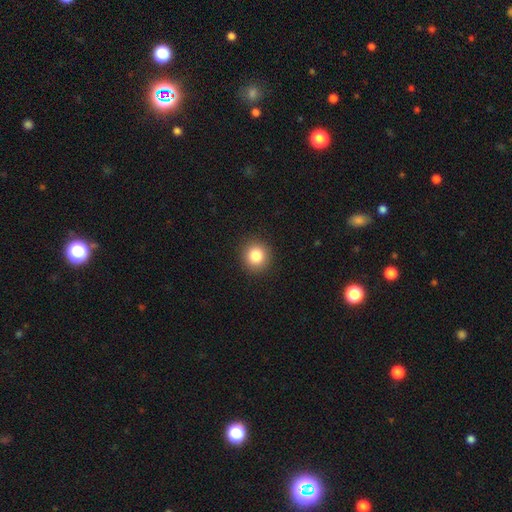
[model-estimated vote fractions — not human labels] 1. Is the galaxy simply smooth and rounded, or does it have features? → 84% smooth, 10% star or artifact, 6% featured or disk.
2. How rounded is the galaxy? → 90% round, 10% in between, 1% cigar-shaped.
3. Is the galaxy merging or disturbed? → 91% none, 6% minor disturbance, 2% major disturbance, 1% merger.